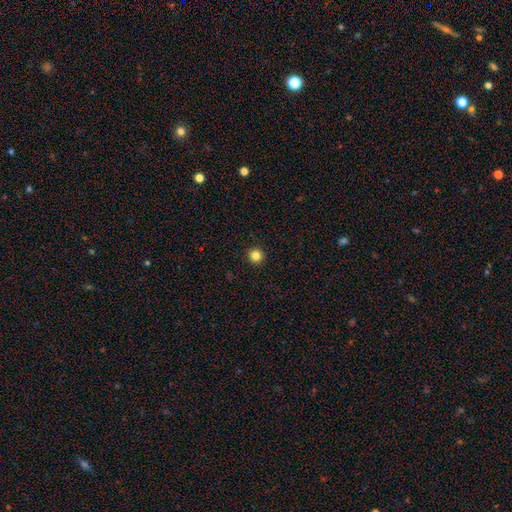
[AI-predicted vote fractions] This is clearly a smooth galaxy (83%). How rounded: clearly round (96%). Merging: clearly none (94%).